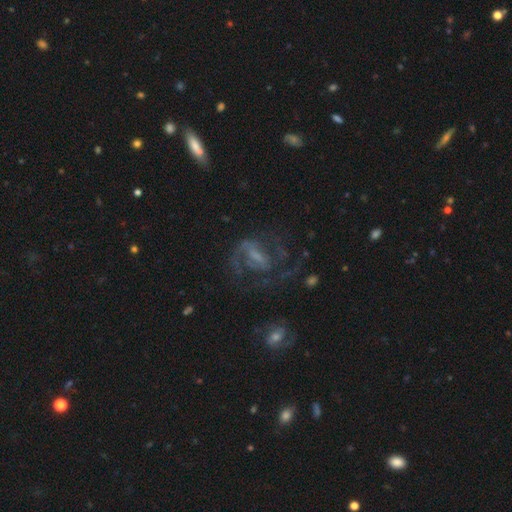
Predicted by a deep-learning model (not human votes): The model was most divided on "bar": weak: 44%, strong: 36%, no: 20%. Remaining: edge-on disk — no (96%); spiral arms — yes (86%); smooth or featured — featured or disk (76%); spiral arm count — 2 (57%); spiral winding — medium (50%); merging — none (49%); bulge size — small (36%).